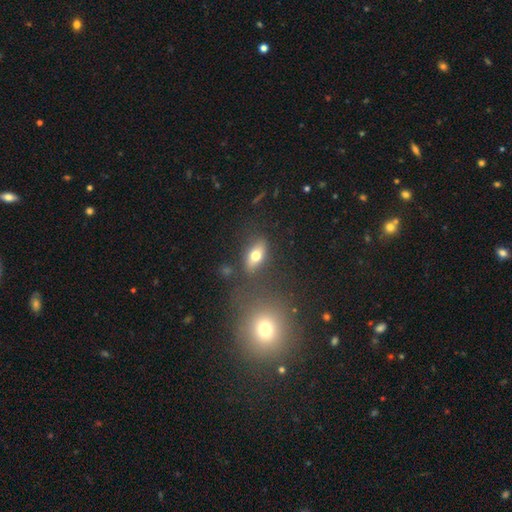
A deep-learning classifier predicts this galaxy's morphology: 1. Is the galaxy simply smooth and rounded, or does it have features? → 68% smooth, 22% featured or disk, 10% star or artifact.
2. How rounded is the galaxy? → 78% in between, 11% cigar-shaped, 10% round.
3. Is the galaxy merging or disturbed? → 77% none, 12% minor disturbance, 6% merger, 5% major disturbance.